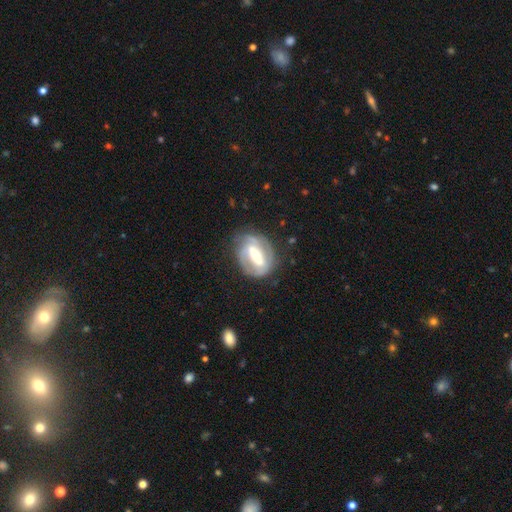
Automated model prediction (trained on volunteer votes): Q: Smooth or featured?
A: featured or disk (79%); runner-up: smooth (15%)
Q: Edge-on disk?
A: no (95%); runner-up: yes (5%)
Q: Bar?
A: strong (58%); runner-up: weak (30%)
Q: Spiral arms?
A: yes (83%); runner-up: no (17%)
Q: Spiral winding?
A: tight (51%); runner-up: medium (36%)
Q: Spiral arm count?
A: 2 (58%); runner-up: can't tell (22%)
Q: Bulge size?
A: moderate (53%); runner-up: small (35%)
Q: Merging?
A: none (68%); runner-up: minor disturbance (20%)